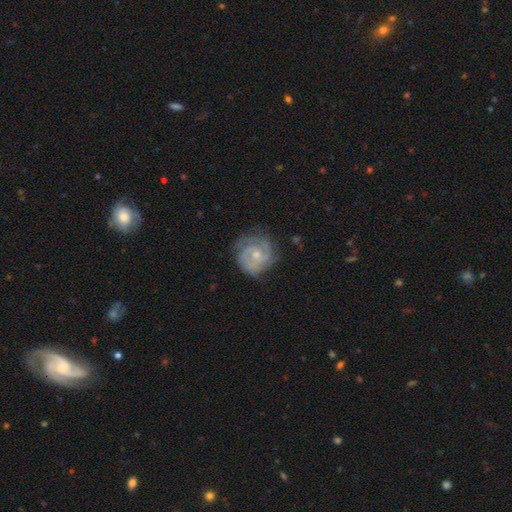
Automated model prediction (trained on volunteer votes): smooth_or_featured: featured or disk (p=0.82) [alt: smooth p=0.12]
disk_edge_on: no (p=0.98) [alt: yes p=0.02]
bar: no (p=0.62) [alt: weak p=0.33]
has_spiral_arms: yes (p=0.95) [alt: no p=0.05]
spiral_winding: tight (p=0.62) [alt: medium p=0.31]
spiral_arm_count: 2 (p=0.57) [alt: 3 p=0.18]
bulge_size: moderate (p=0.49) [alt: small p=0.45]
merging: none (p=0.74) [alt: minor disturbance p=0.19]